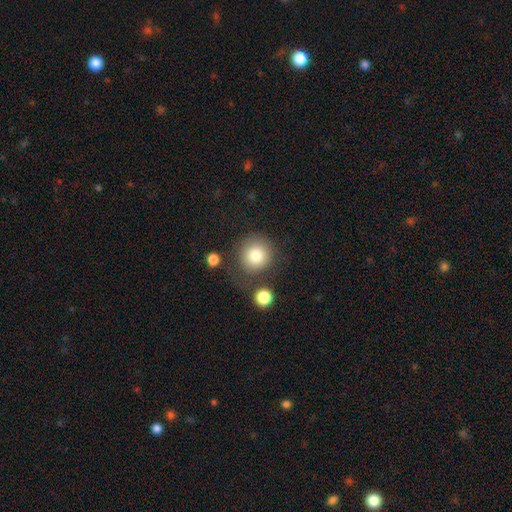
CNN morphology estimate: smooth 82%, star or artifact 10%, featured or disk 9%. Down the decision tree: how rounded — round (92%); merging — none (72%).